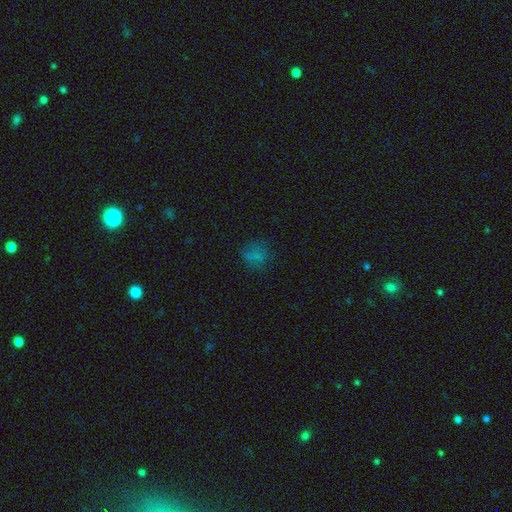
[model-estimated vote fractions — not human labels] Overall: smooth (64%; star or artifact 26%). How rounded: round (77%). Merging: none (71%).